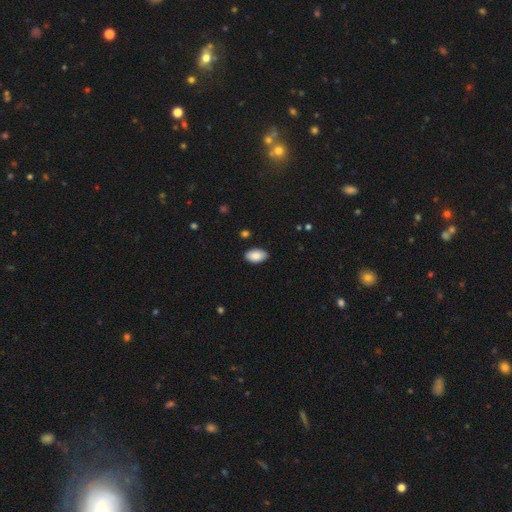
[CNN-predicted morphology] A smooth galaxy with no disk features (88%) that is in between round and cigar-shaped (95%). Merging: none (88%).